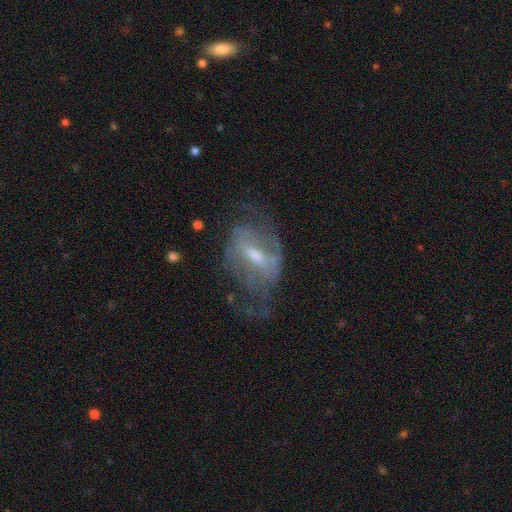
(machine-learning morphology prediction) This appears to be a featured or disk galaxy (77%) with a weak bar (51%), 2 (67%) medium (43%) spiral arms (79%) and a moderate central bulge (55%). Merging: none (49%).